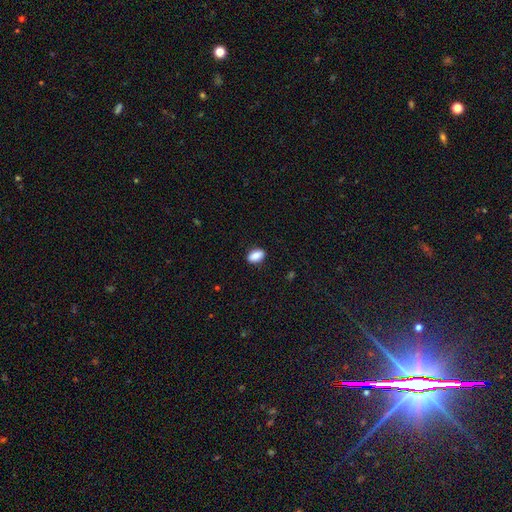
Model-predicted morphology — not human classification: This appears to be a smooth galaxy with no disk features (88%) that is in between round and cigar-shaped (89%). Merging: none (87%).